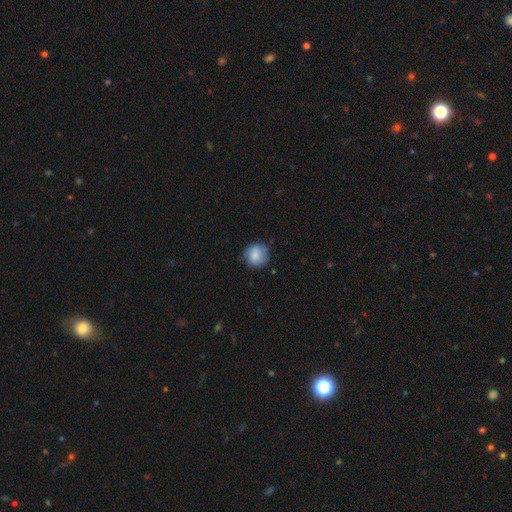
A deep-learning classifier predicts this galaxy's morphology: This appears to be a smooth galaxy with no disk features (82%) that is round (89%). Merging: none (77%).